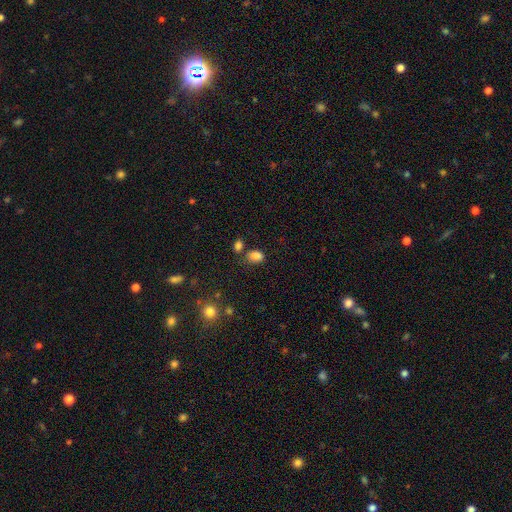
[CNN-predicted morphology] smooth 83%, star or artifact 12%, featured or disk 5%. Down the decision tree: how rounded — in between (81%); merging — none (62%).